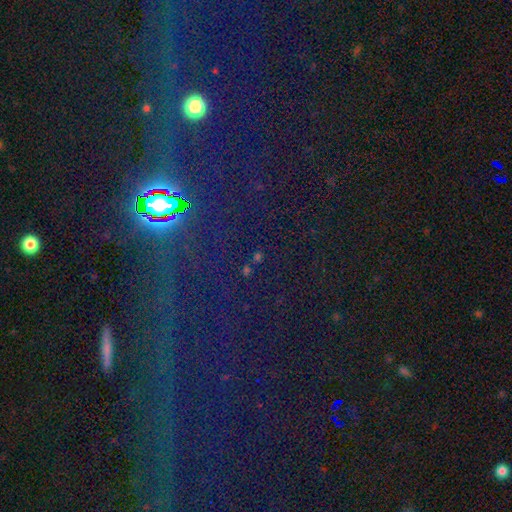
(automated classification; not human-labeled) Q: Smooth or featured?
A: star or artifact (83%); runner-up: smooth (9%)